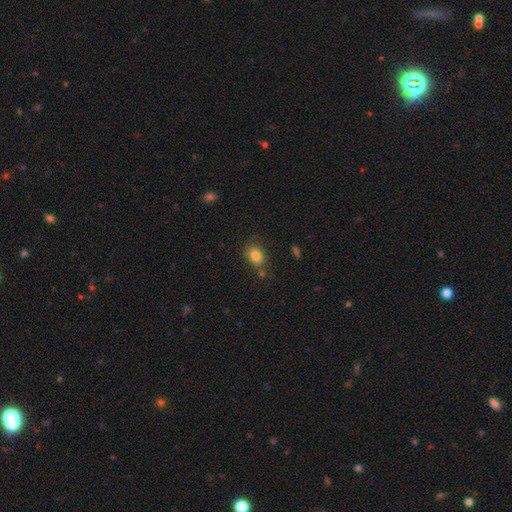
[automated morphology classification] Smooth or featured? Predicted: smooth (p=0.82). How rounded? Predicted: in between (p=0.64). Merging? Predicted: none (p=0.74).